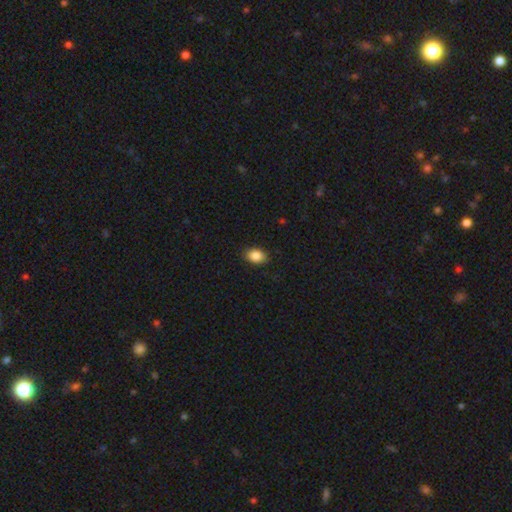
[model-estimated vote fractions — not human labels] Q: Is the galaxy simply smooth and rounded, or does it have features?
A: smooth — 87%.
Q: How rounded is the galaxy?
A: in between — 79%.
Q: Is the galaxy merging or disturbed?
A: none — 87%.